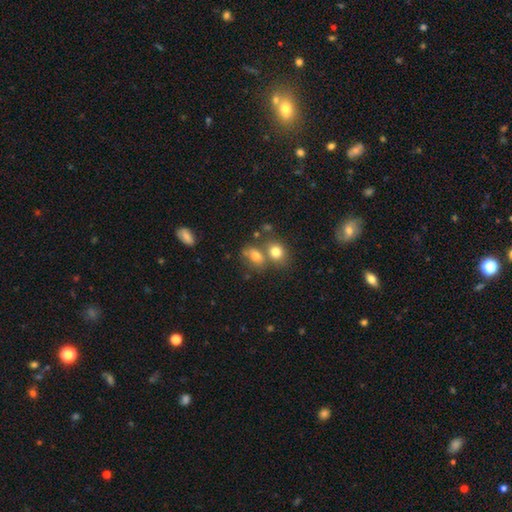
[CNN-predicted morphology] This is likely a smooth galaxy (75%). How rounded: likely in between (70%). Merging: marginally merger (42%).